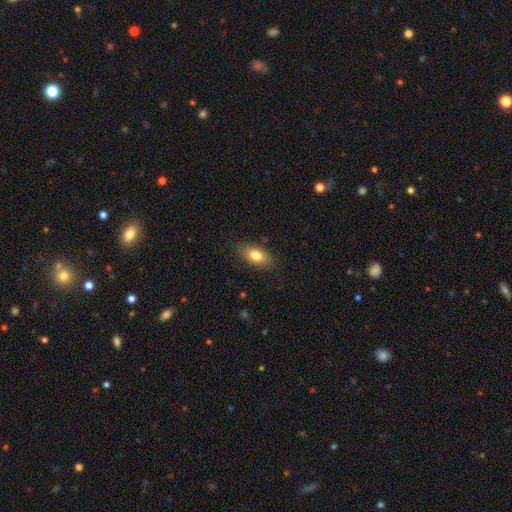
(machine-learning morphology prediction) smooth_or_featured: smooth (p=0.79) [alt: featured or disk p=0.13]
how_rounded: in between (p=0.86) [alt: round p=0.09]
merging: none (p=0.83) [alt: minor disturbance p=0.13]